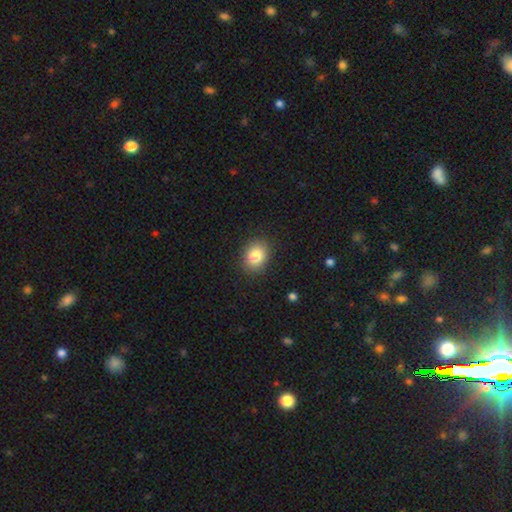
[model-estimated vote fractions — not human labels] The model was most divided on "how rounded": in between: 54%, round: 46%, cigar-shaped: 1%. More confident: merging — none (88%); smooth or featured — smooth (84%).